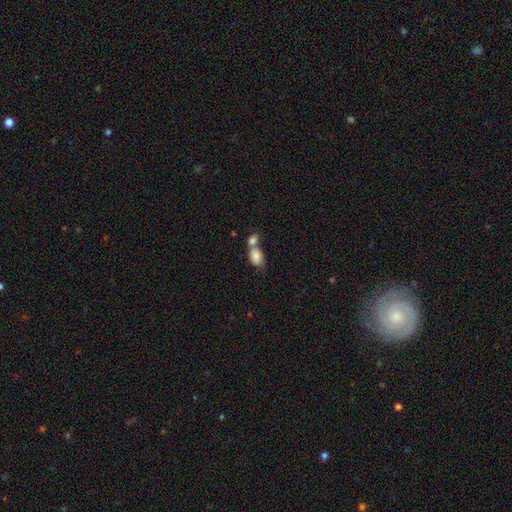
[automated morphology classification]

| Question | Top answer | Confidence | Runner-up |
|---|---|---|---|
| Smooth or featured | smooth | 83% | featured or disk (9%) |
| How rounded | in between | 85% | round (13%) |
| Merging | merger | 59% | none (26%) |